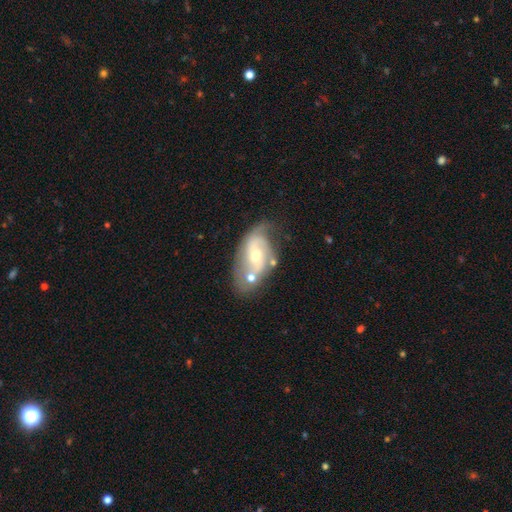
A featured or disk galaxy (64%) with no bar (56%), 2 (61%) medium (56%) spiral arms (72%) and a moderate central bulge (56%). Merging: major disturbance (46%).